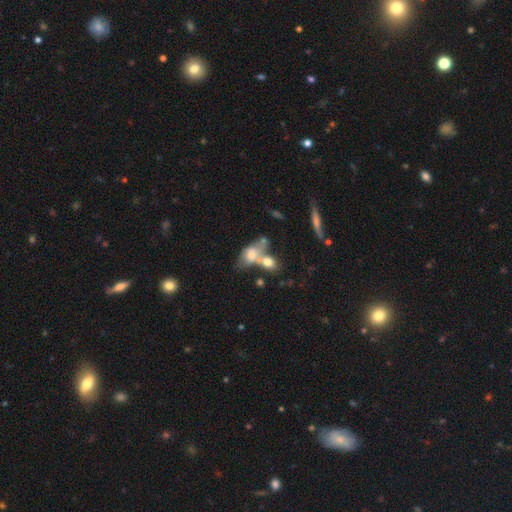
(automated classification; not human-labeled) Overall: smooth (58%; featured or disk 31%). How rounded: in between (76%). Merging: merger (59%; none 21%).